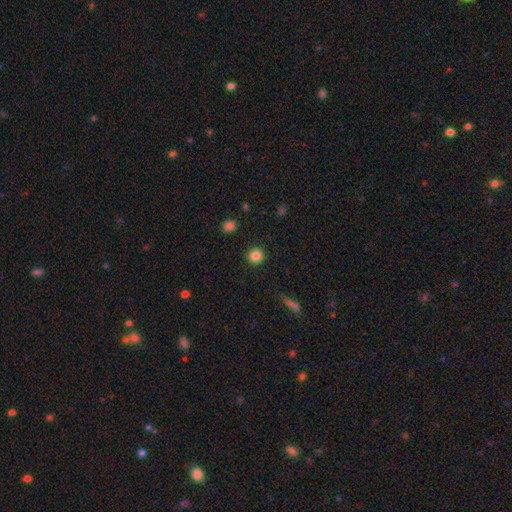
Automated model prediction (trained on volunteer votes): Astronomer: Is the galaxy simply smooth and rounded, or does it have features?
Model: smooth — 85%.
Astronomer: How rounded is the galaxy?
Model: round — 94%.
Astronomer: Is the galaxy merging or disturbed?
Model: none — 92%.